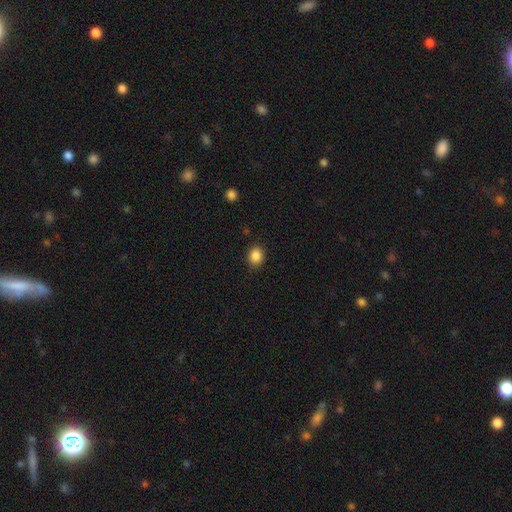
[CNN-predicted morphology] smooth_or_featured: smooth (p=0.87) [alt: star or artifact p=0.10]
how_rounded: round (p=0.59) [alt: in between p=0.41]
merging: none (p=0.88) [alt: minor disturbance p=0.08]